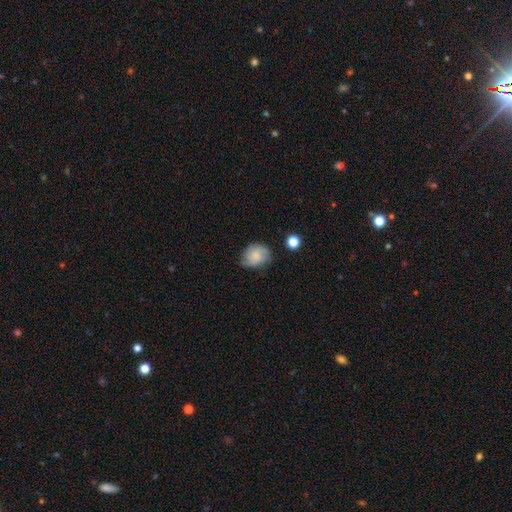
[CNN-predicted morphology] smooth 60%, featured or disk 31%, star or artifact 9%. Down the decision tree: how rounded — round (54%); merging — none (64%).